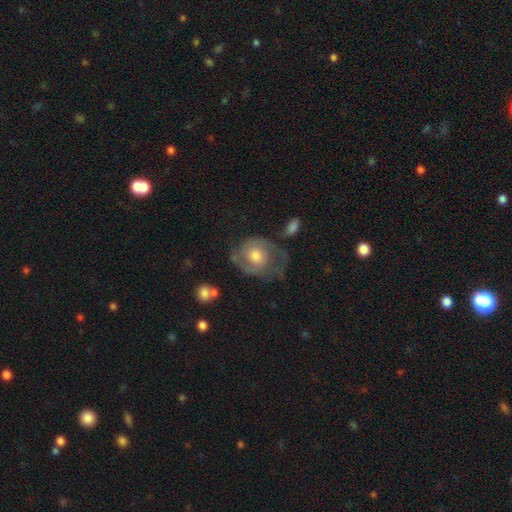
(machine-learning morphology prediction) Smooth or featured? Predicted: featured or disk (p=0.67). Edge-on disk? Predicted: no (p=0.97). Bar? Predicted: no (p=0.75). Spiral arms? Predicted: yes (p=0.79). Spiral winding? Predicted: tight (p=0.43). Spiral arm count? Predicted: 2 (p=0.64). Bulge size? Predicted: moderate (p=0.63). Merging? Predicted: none (p=0.48).